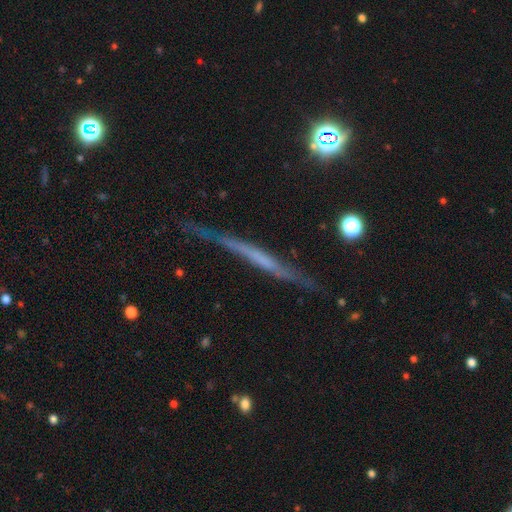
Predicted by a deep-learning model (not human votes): Smooth or featured: featured or disk — 62% (smooth — 28%)
Edge-on disk: yes — 92% (no — 8%)
Edge-on bulge: none — 80% (rounded — 10%)
Merging: none — 71% (minor disturbance — 20%)